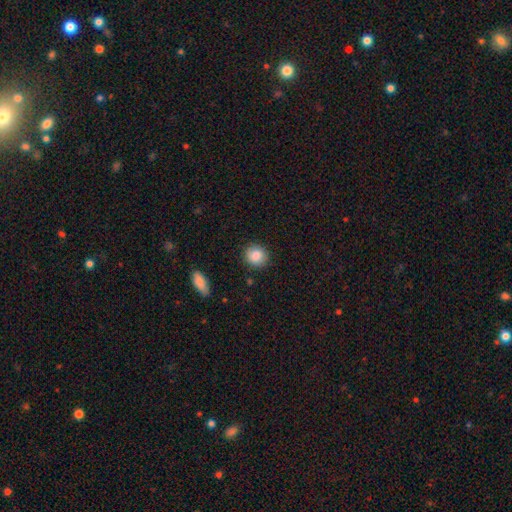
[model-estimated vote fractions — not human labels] A smooth galaxy with no disk features (86%) that is round (84%). Merging: none (88%).